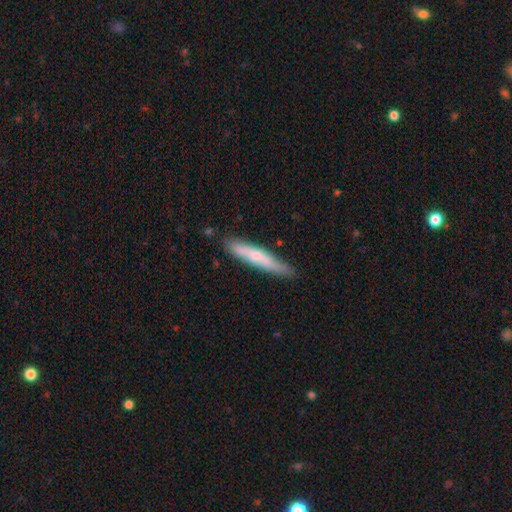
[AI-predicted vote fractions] This appears to be a smooth galaxy with no disk features (62%) that is cigar-shaped (93%). Merging: none (81%).